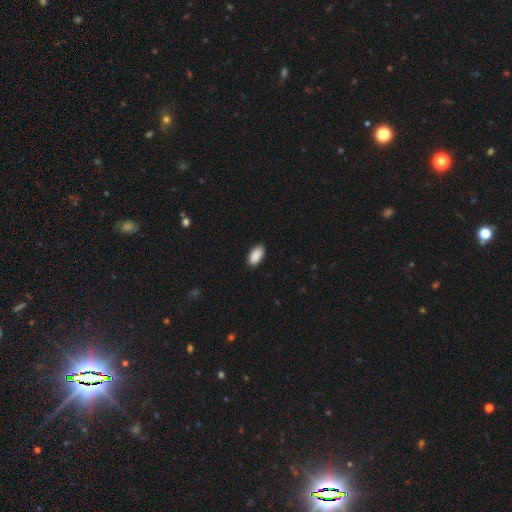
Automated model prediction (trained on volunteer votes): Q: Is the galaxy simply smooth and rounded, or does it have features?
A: smooth — 90%.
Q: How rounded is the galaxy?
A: in between — 94%.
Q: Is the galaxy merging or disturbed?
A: none — 86%.